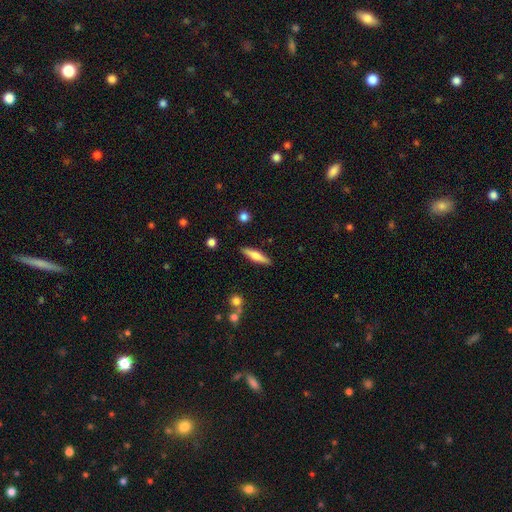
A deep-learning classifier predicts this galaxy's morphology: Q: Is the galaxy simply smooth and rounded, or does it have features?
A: smooth — 53%.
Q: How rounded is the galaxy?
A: cigar-shaped — 80%.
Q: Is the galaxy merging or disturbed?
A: none — 89%.